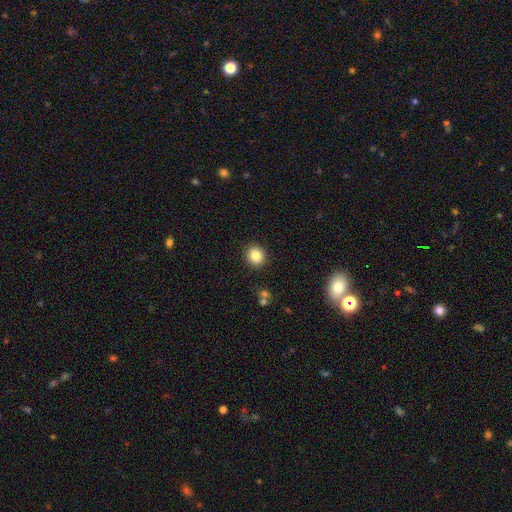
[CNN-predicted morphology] Smooth or featured? Predicted: smooth (p=0.84). How rounded? Predicted: round (p=0.83). Merging? Predicted: none (p=0.90).